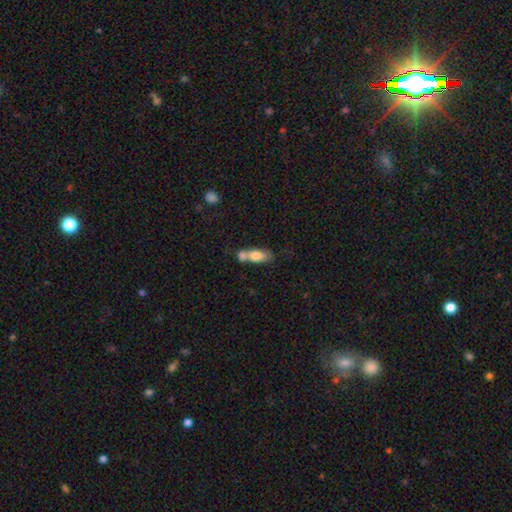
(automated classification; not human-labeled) Smooth or featured? Predicted: smooth (p=0.73). How rounded? Predicted: in between (p=0.76). Merging? Predicted: merger (p=0.62).